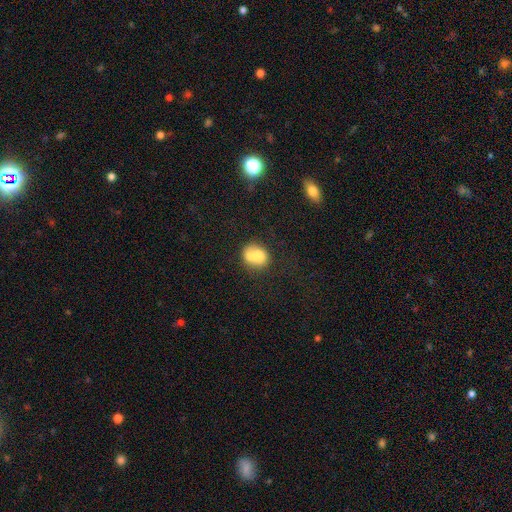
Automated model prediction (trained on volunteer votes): smooth_or_featured: smooth (p=0.67) [alt: featured or disk p=0.24]
how_rounded: round (p=0.62) [alt: in between p=0.37]
merging: merger (p=0.60) [alt: none p=0.28]